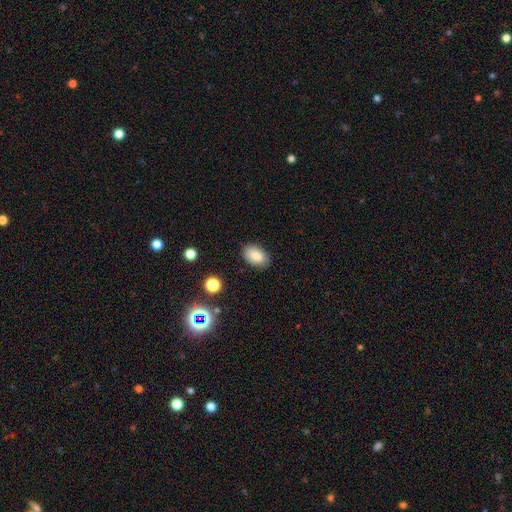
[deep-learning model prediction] smooth_or_featured: smooth (p=0.81) [alt: featured or disk p=0.10]
how_rounded: in between (p=0.87) [alt: round p=0.11]
merging: none (p=0.85) [alt: minor disturbance p=0.11]